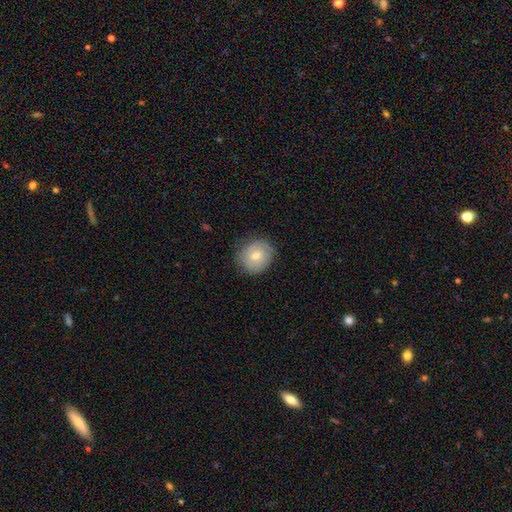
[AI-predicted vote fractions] Smooth or featured: smooth — 60% (featured or disk — 31%)
How rounded: round — 81% (in between — 18%)
Merging: none — 83% (minor disturbance — 13%)